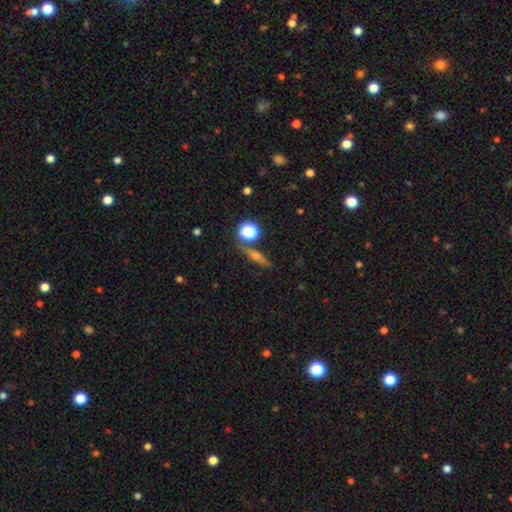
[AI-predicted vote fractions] This is possibly a featured or disk galaxy (46%). Merging: likely none (79%).